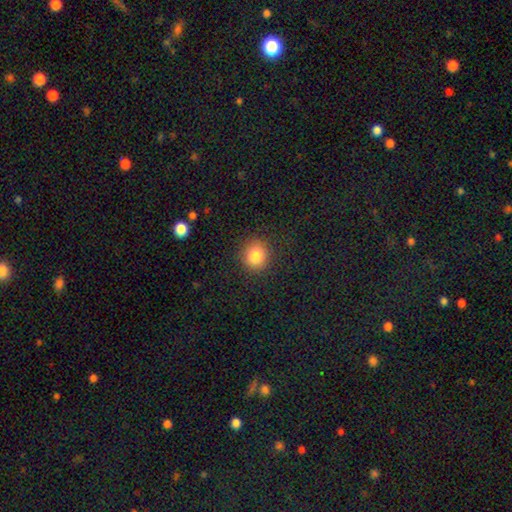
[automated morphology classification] Smooth or featured: smooth — 83% (star or artifact — 11%)
How rounded: round — 86% (in between — 13%)
Merging: none — 89% (minor disturbance — 8%)